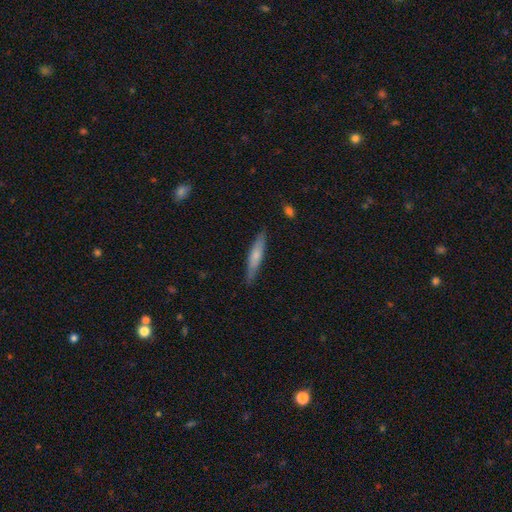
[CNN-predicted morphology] Q: Smooth or featured?
A: smooth (62%); runner-up: featured or disk (32%)
Q: How rounded?
A: cigar-shaped (89%); runner-up: in between (10%)
Q: Merging?
A: none (86%); runner-up: minor disturbance (11%)